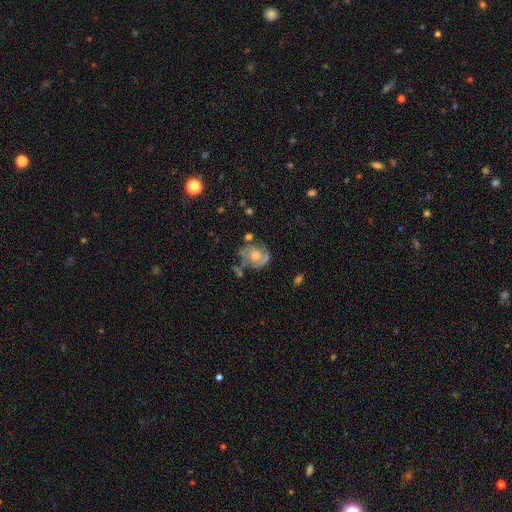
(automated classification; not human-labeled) Smooth or featured? featured or disk (64%)
Edge-on disk? no (97%)
Bar? no (79%)
Spiral arms? yes (72%)
Bulge size? moderate (67%)
Merging? none (57%)